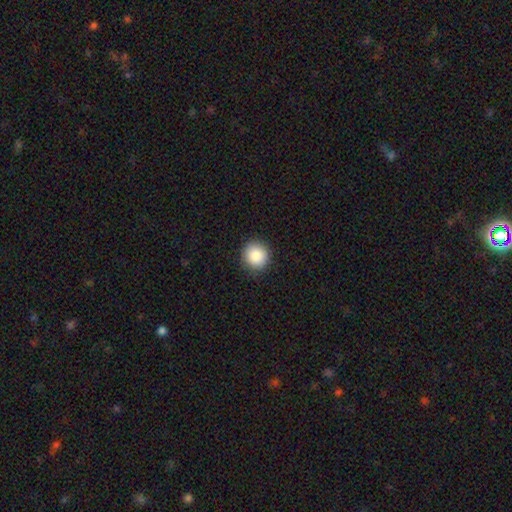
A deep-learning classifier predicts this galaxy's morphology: Q: Smooth or featured?
A: smooth (87%); runner-up: star or artifact (8%)
Q: How rounded?
A: round (91%); runner-up: in between (8%)
Q: Merging?
A: none (91%); runner-up: minor disturbance (6%)